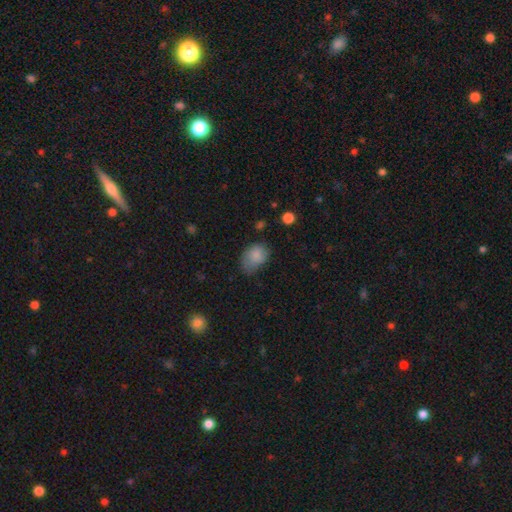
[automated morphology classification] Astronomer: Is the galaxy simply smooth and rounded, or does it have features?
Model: smooth — 83%.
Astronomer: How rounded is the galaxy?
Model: in between — 75%.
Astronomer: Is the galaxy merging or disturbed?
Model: none — 44% (runner-up: minor disturbance, 39%).